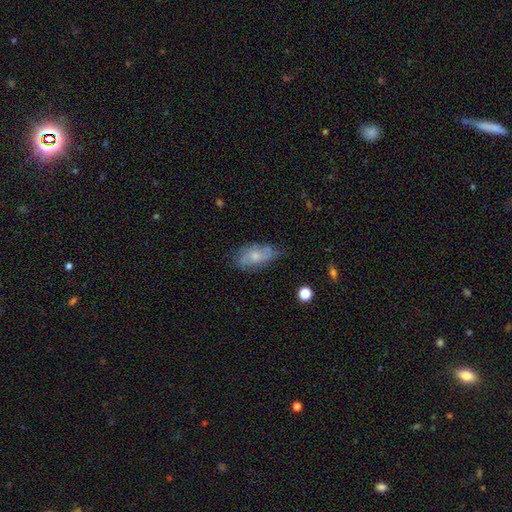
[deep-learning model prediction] Morphology: type=smooth (56%); roundness=in between (87%); merging=none (56%).